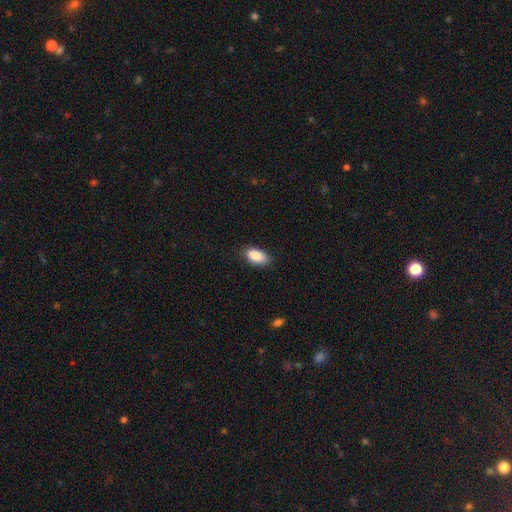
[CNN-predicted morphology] A smooth galaxy with no disk features (89%) that is in between round and cigar-shaped (93%).

Vote fractions:
- Smooth or featured? smooth: 89% / star or artifact: 7% / featured or disk: 5%
- How rounded? in between: 93% / round: 4% / cigar-shaped: 3%
- Merging? none: 83% / minor disturbance: 13% / major disturbance: 3% / merger: 1%